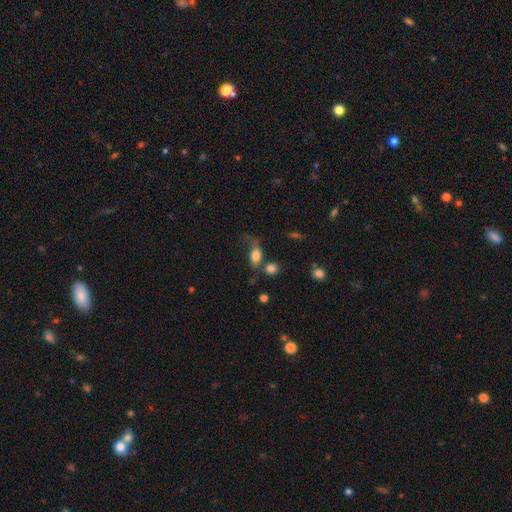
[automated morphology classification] This is likely a smooth galaxy (79%). How rounded: likely in between (80%). Merging: marginally none (33%).